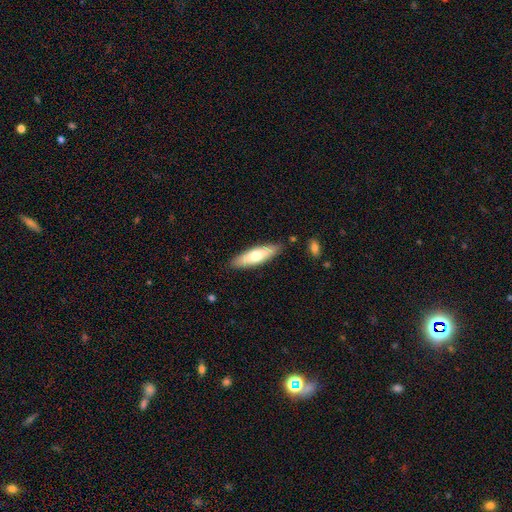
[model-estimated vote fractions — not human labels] Smooth or featured?
  - smooth: 62% *
  - featured or disk: 32%
  - star or artifact: 6%
How rounded?
  - cigar-shaped: 60% *
  - in between: 39%
  - round: 2%
Merging?
  - none: 86% *
  - minor disturbance: 10%
  - major disturbance: 2%
  - merger: 2%